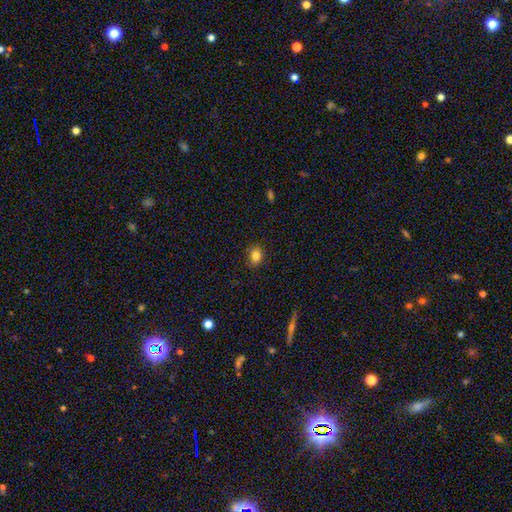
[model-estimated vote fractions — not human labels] Smooth or featured? Predicted: smooth (p=0.83). How rounded? Predicted: round (p=0.52). Merging? Predicted: none (p=0.87).